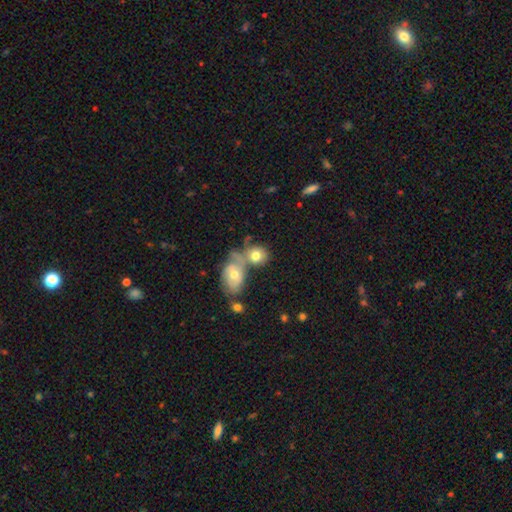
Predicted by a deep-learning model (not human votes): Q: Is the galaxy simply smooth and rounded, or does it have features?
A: smooth — 68%.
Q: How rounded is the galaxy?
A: round — 60%.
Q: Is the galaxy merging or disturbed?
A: merger — 49%.